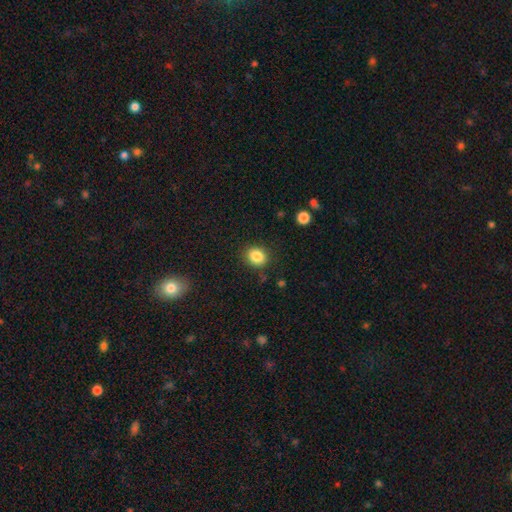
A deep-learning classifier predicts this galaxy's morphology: The model was most divided on "how rounded": round: 69%, in between: 31%, cigar-shaped: 1%. More confident: merging — none (86%); smooth or featured — smooth (85%).